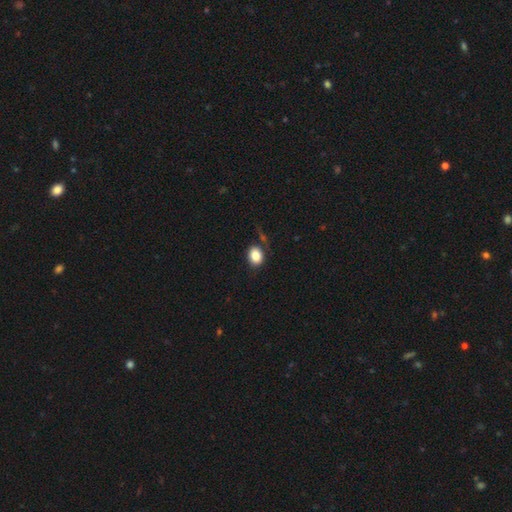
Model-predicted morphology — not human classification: Overall: smooth (85%). How rounded: in between (60%; round 39%). Merging: none (76%).